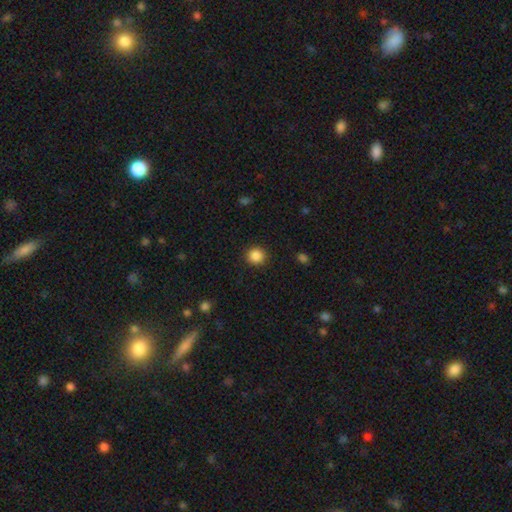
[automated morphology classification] The model was most divided on "smooth or featured": smooth: 87%, star or artifact: 10%, featured or disk: 3%. More confident: how rounded — round (92%); merging — none (91%).